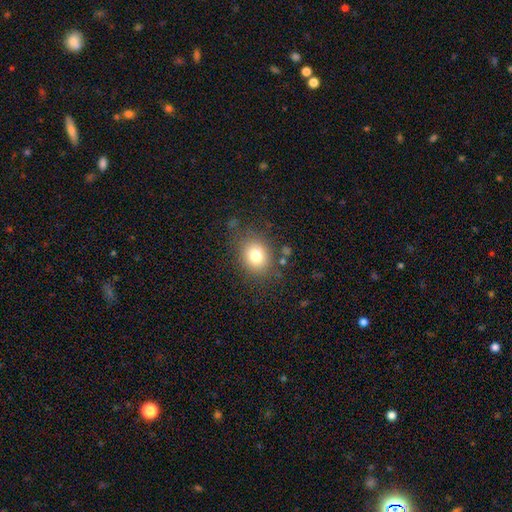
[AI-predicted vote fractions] Smooth or featured?
  - smooth: 78% *
  - star or artifact: 12%
  - featured or disk: 10%
How rounded?
  - round: 62% *
  - in between: 37%
  - cigar-shaped: 1%
Merging?
  - none: 79% *
  - minor disturbance: 13%
  - major disturbance: 5%
  - merger: 3%